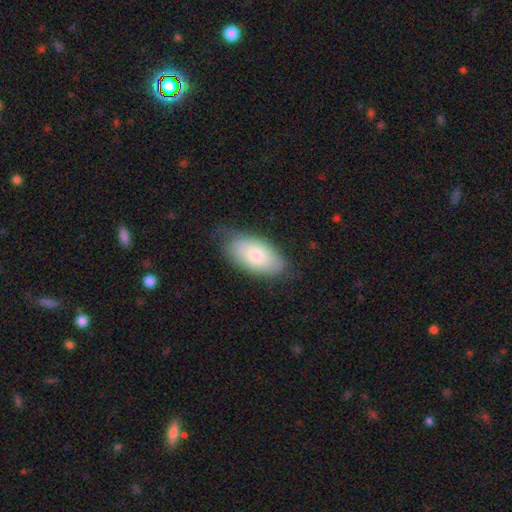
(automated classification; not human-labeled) Smooth or featured?
  - smooth: 72% *
  - featured or disk: 22%
  - star or artifact: 6%
How rounded?
  - in between: 94% *
  - cigar-shaped: 3%
  - round: 3%
Merging?
  - none: 68% *
  - minor disturbance: 25%
  - major disturbance: 6%
  - merger: 1%